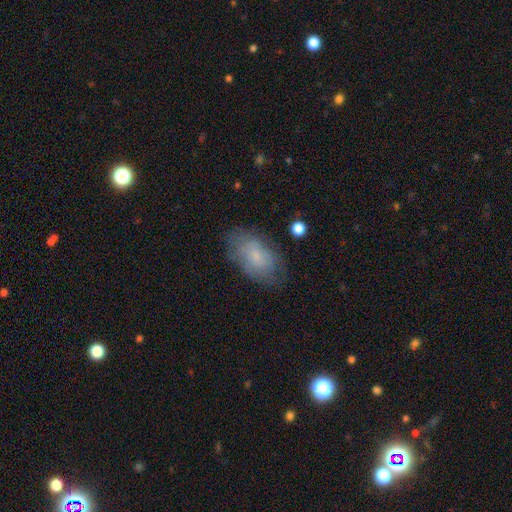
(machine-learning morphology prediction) A smooth galaxy with no disk features (65%) that is in between round and cigar-shaped (92%).

Vote fractions:
- Smooth or featured? smooth: 65% / featured or disk: 26% / star or artifact: 9%
- How rounded? in between: 92% / round: 6% / cigar-shaped: 2%
- Merging? none: 74% / minor disturbance: 18% / major disturbance: 6% / merger: 1%